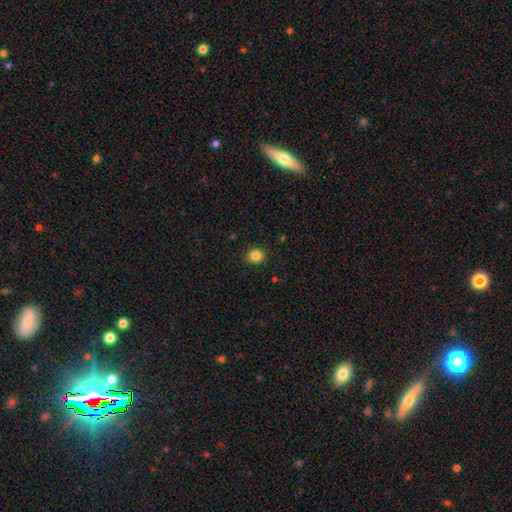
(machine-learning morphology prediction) This appears to be a smooth galaxy with no disk features (84%) that is round (70%). Merging: none (88%).